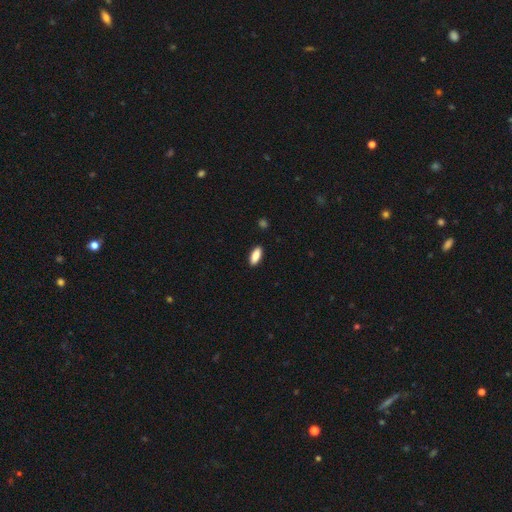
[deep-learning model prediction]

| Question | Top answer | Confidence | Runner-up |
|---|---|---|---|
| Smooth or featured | smooth | 88% | star or artifact (6%) |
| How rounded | in between | 78% | cigar-shaped (20%) |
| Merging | none | 90% | minor disturbance (8%) |